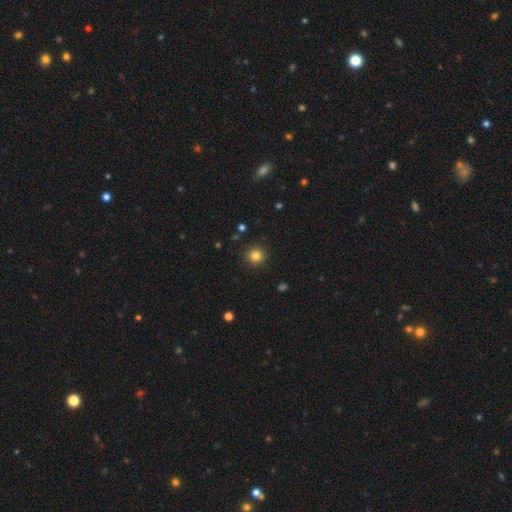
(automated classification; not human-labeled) Smooth or featured: smooth — 82% (star or artifact — 12%)
How rounded: round — 94% (in between — 5%)
Merging: none — 90% (minor disturbance — 6%)